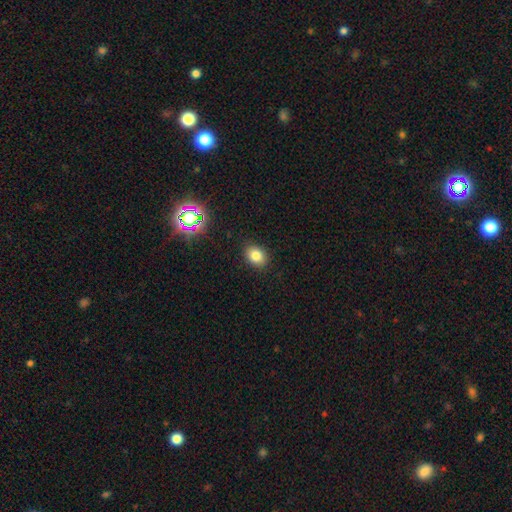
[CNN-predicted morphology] This appears to be a smooth galaxy with no disk features (81%) that is in between round and cigar-shaped (61%). Merging: none (88%).